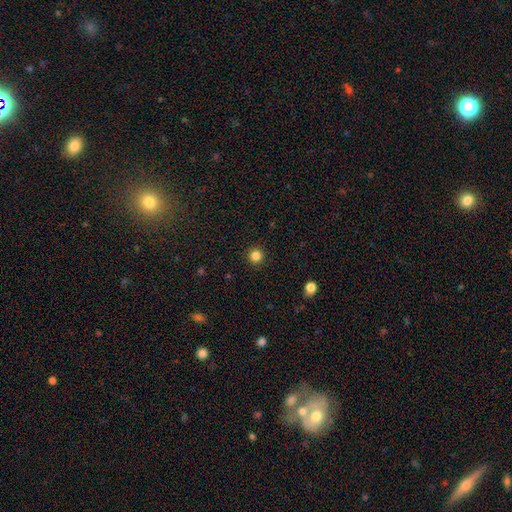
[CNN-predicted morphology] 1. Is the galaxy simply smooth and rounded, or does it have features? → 84% smooth, 12% star or artifact, 4% featured or disk.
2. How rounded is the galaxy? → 95% round, 4% in between, 1% cigar-shaped.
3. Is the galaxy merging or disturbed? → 93% none, 5% minor disturbance, 2% major disturbance, 1% merger.